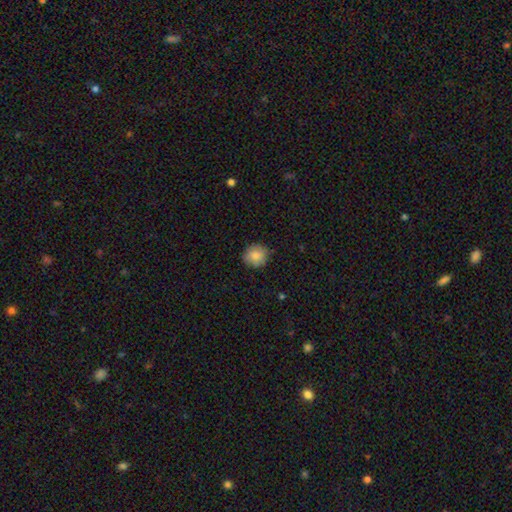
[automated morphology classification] This appears to be a smooth galaxy with no disk features (86%) that is round (88%). Merging: none (85%).